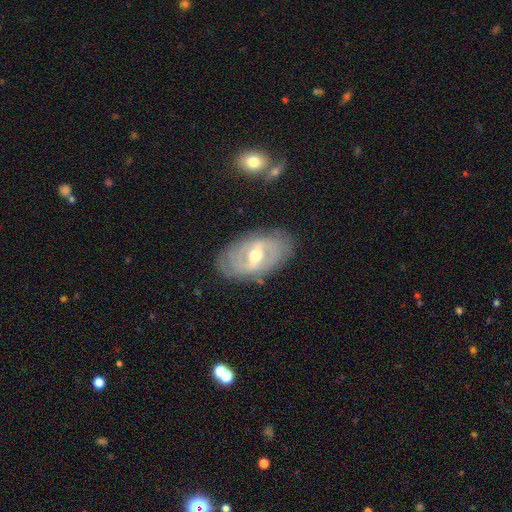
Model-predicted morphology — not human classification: Smooth or featured?
  - featured or disk: 80% *
  - smooth: 14%
  - star or artifact: 6%
Edge-on disk?
  - no: 93% *
  - yes: 7%
Bar?
  - weak: 48% *
  - strong: 37%
  - no: 14%
Spiral arms?
  - yes: 81% *
  - no: 19%
Spiral winding?
  - tight: 56% *
  - medium: 31%
  - loose: 13%
Spiral arm count?
  - 2: 47% *
  - can't tell: 34%
  - 3: 10%
  - 4: 4%
  - 1: 3%
  - more than 4: 3%
Bulge size?
  - moderate: 71% *
  - small: 23%
  - large: 4%
  - none: 1%
  - dominant: 1%
Merging?
  - none: 80% *
  - minor disturbance: 14%
  - major disturbance: 4%
  - merger: 2%